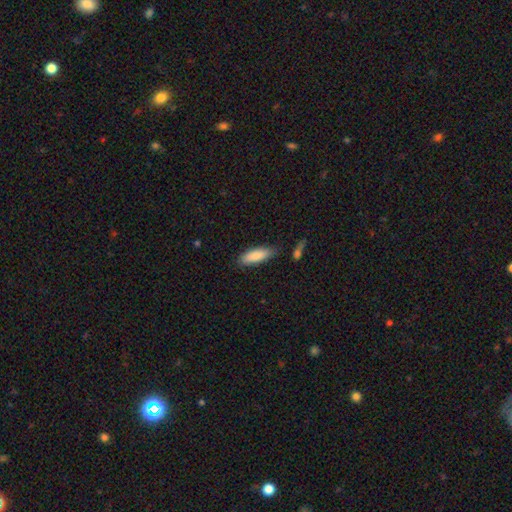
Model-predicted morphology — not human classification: Smooth or featured? Predicted: smooth (p=0.84). How rounded? Predicted: in between (p=0.56). Merging? Predicted: none (p=0.76).